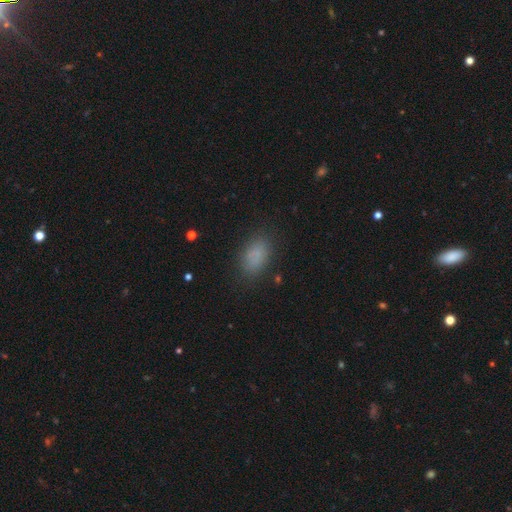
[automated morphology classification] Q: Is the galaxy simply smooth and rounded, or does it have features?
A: smooth — 82%.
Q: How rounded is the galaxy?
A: in between — 90%.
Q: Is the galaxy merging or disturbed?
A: none — 81%.